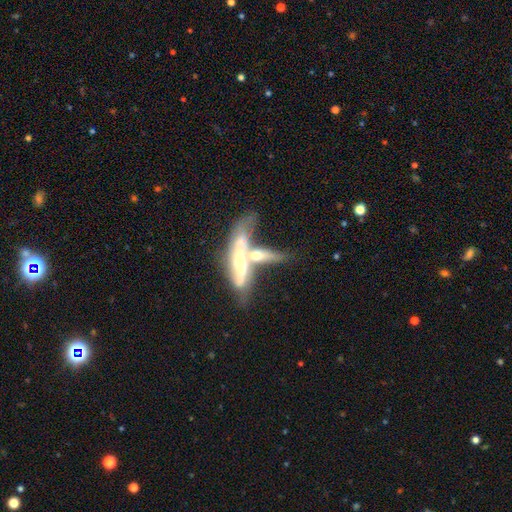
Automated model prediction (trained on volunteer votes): Smooth or featured? Predicted: featured or disk (p=0.55). Edge-on disk? Predicted: no (p=0.51). Merging? Predicted: merger (p=0.65).